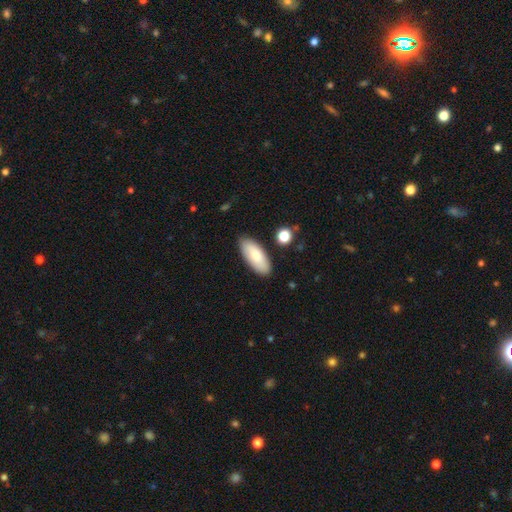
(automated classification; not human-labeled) Overall: smooth (80%). How rounded: in between (84%). Merging: none (86%).